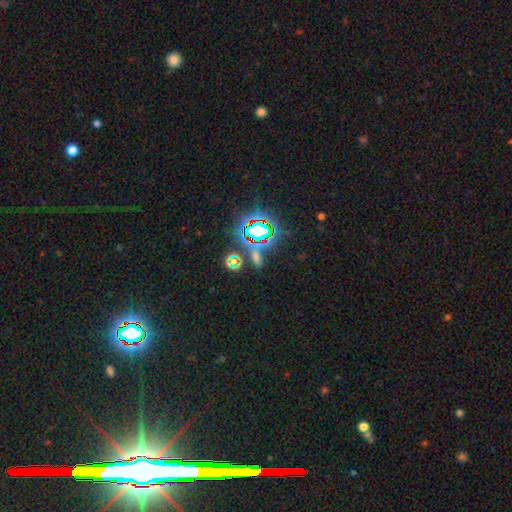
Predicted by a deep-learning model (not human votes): Overall: star or artifact (65%; smooth 26%).